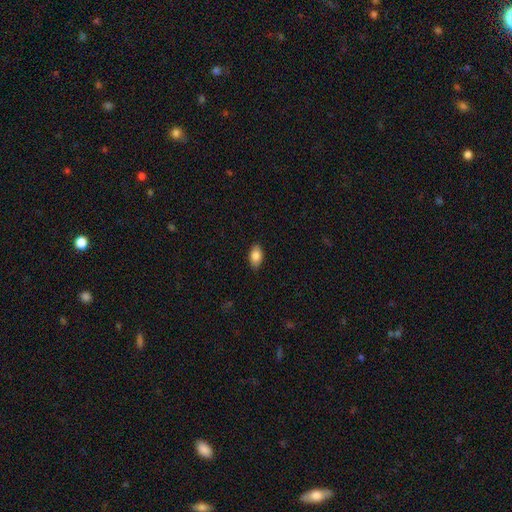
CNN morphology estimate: Q: Smooth or featured?
A: smooth (85%); runner-up: featured or disk (8%)
Q: How rounded?
A: in between (92%); runner-up: round (6%)
Q: Merging?
A: none (88%); runner-up: minor disturbance (9%)